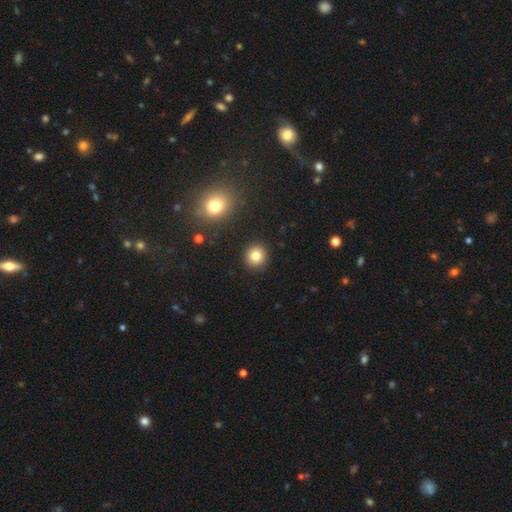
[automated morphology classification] type=smooth (81%); roundness=round (92%); merging=none (91%).